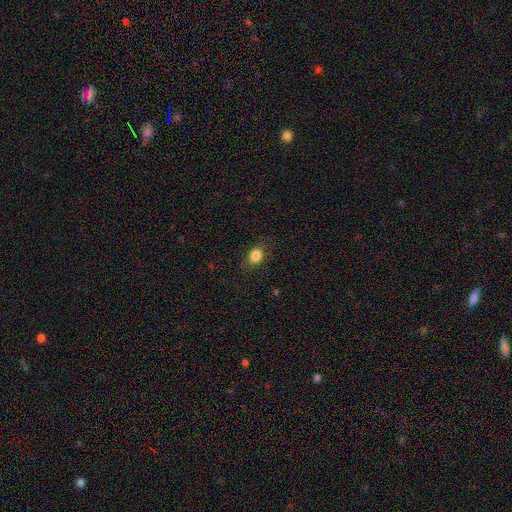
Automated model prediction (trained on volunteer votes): smooth_or_featured: smooth (p=0.84) [alt: star or artifact p=0.09]
how_rounded: in between (p=0.62) [alt: round p=0.36]
merging: none (p=0.80) [alt: minor disturbance p=0.15]